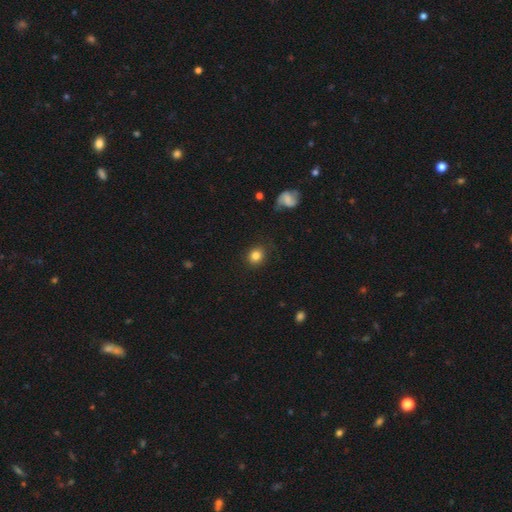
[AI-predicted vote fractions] A smooth galaxy with no disk features (83%) that is round (79%).

Vote fractions:
- Smooth or featured? smooth: 83% / star or artifact: 10% / featured or disk: 7%
- How rounded? round: 79% / in between: 20% / cigar-shaped: 1%
- Merging? none: 85% / minor disturbance: 10% / major disturbance: 3% / merger: 1%